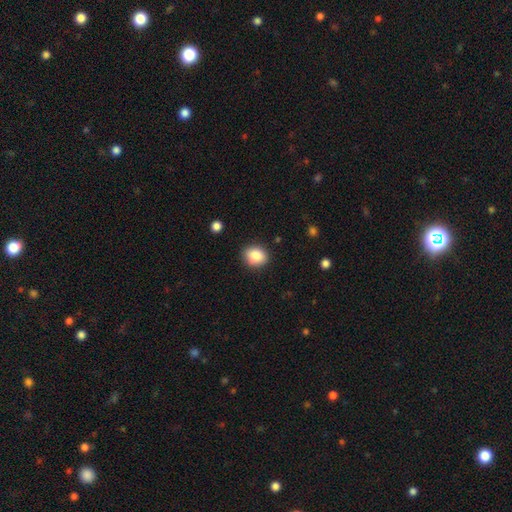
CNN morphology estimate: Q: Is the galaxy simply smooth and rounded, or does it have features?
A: smooth — 86%.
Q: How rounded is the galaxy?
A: round — 64%.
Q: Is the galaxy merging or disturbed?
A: none — 87%.